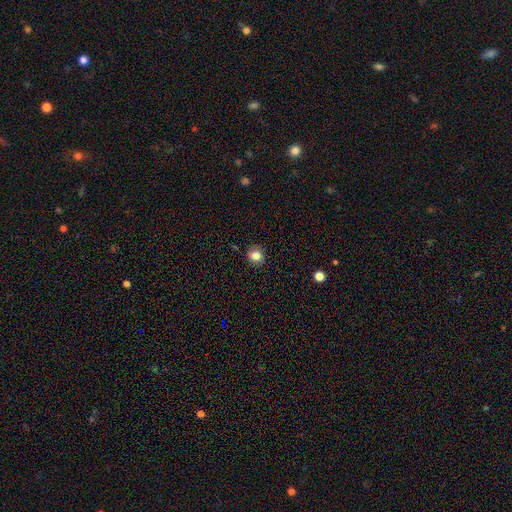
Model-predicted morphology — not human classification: Smooth or featured?
  - smooth: 81% *
  - star or artifact: 11%
  - featured or disk: 8%
How rounded?
  - round: 77% *
  - in between: 22%
  - cigar-shaped: 1%
Merging?
  - none: 85% *
  - minor disturbance: 12%
  - major disturbance: 3%
  - merger: 1%